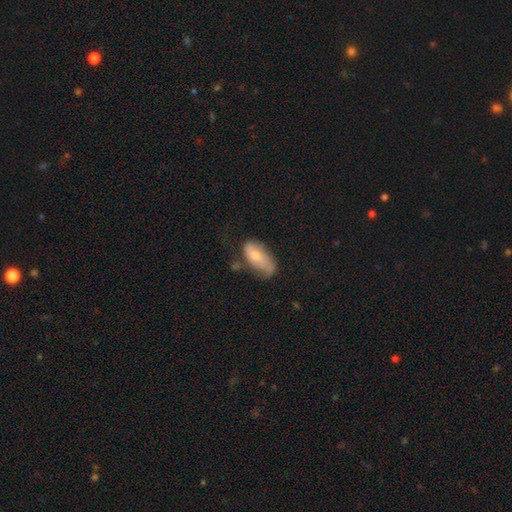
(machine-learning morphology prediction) This appears to be a smooth galaxy with no disk features (53%) that is in between round and cigar-shaped (90%). Merging: none (39%).